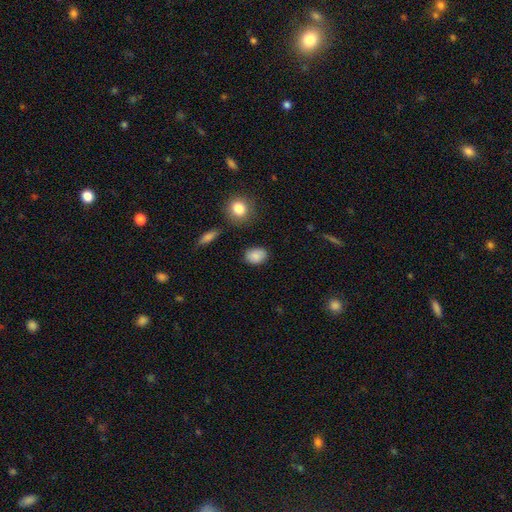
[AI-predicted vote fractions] Overall: smooth (86%). How rounded: in between (68%; round 30%). Merging: none (83%).